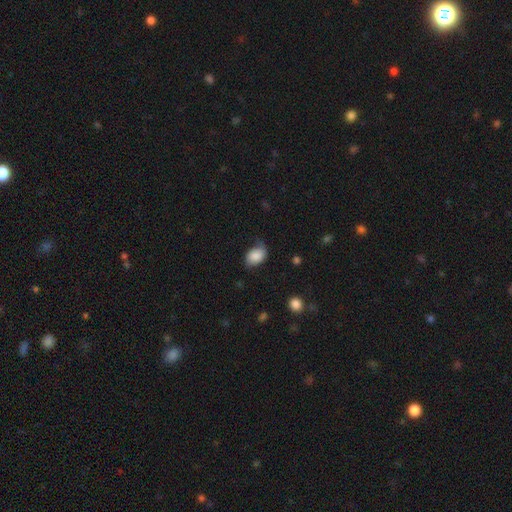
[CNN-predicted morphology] Smooth or featured? smooth (81%)
How rounded? in between (81%)
Merging? none (55%)